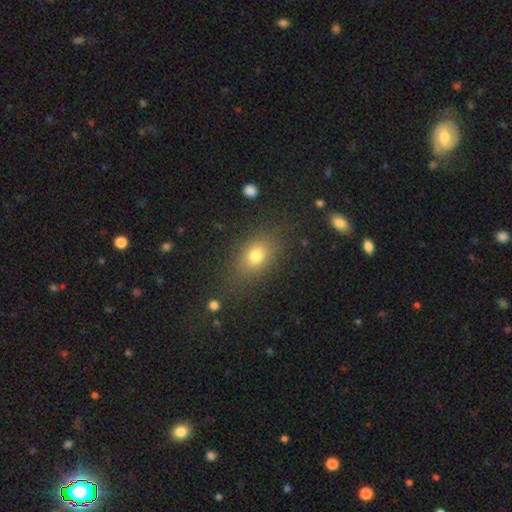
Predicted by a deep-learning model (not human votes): This appears to be a smooth galaxy with no disk features (75%) that is in between round and cigar-shaped (71%). Merging: none (80%).